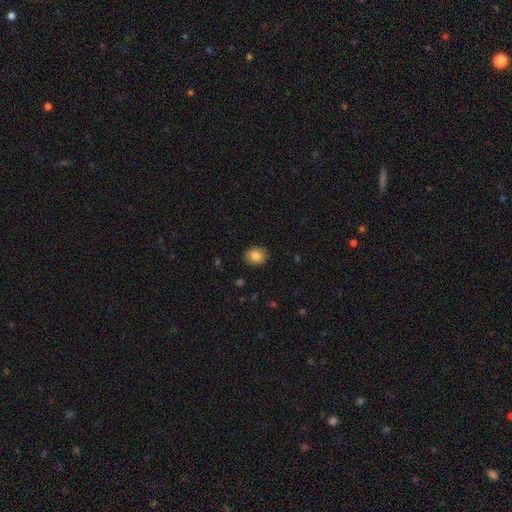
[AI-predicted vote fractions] smooth-or-featured: smooth: 85% | star or artifact: 9% | featured or disk: 6%
  how-rounded: round: 63% | in between: 37% | cigar-shaped: 1%
  merging: none: 89% | minor disturbance: 8% | major disturbance: 2% | merger: 1%